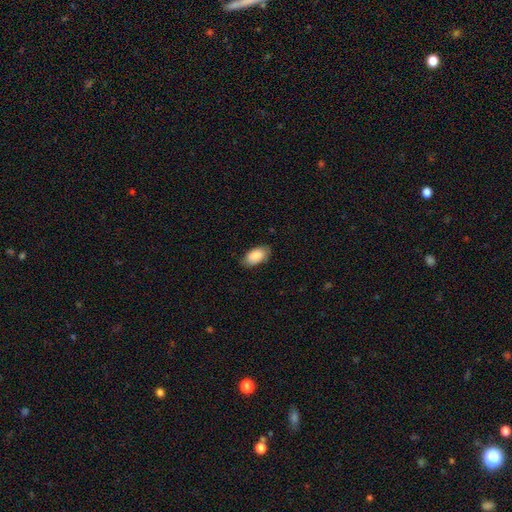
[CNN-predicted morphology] This is clearly a smooth galaxy (86%). How rounded: clearly in between (94%). Merging: likely none (78%).